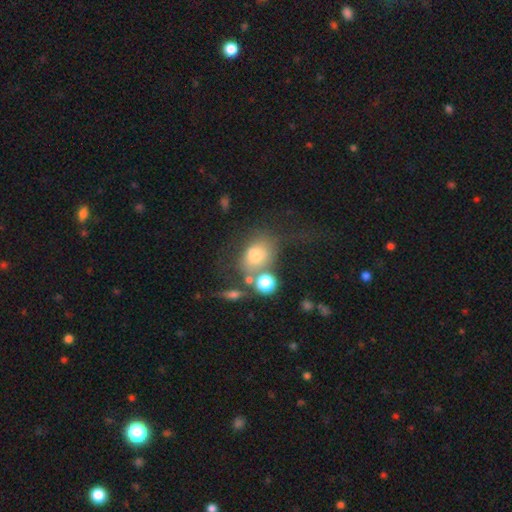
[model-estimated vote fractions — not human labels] The model was most divided on "merging": none: 35%, merger: 28%, major disturbance: 19%, minor disturbance: 18%. More confident: smooth or featured — smooth (65%); how rounded — in between (59%).